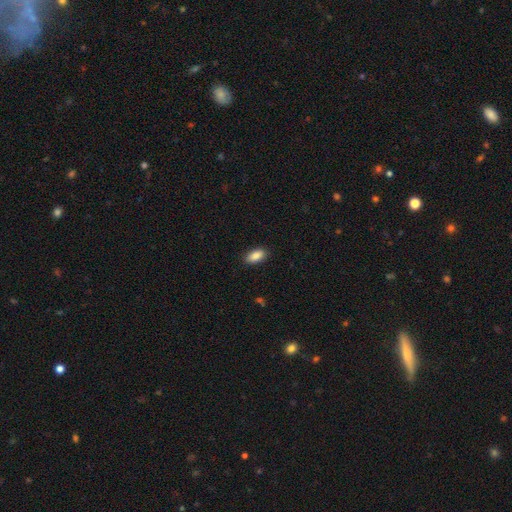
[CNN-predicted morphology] smooth-or-featured: smooth: 88% | star or artifact: 7% | featured or disk: 5%
  how-rounded: in between: 91% | cigar-shaped: 5% | round: 3%
  merging: none: 88% | minor disturbance: 9% | major disturbance: 2% | merger: 1%